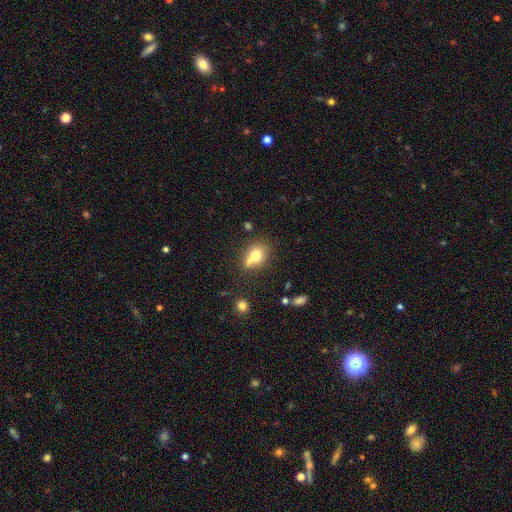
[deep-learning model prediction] A smooth galaxy with no disk features (70%) that is in between round and cigar-shaped (52%).

Vote fractions:
- Smooth or featured? smooth: 70% / featured or disk: 18% / star or artifact: 11%
- How rounded? in between: 52% / round: 46% / cigar-shaped: 2%
- Merging? none: 46% / merger: 32% / minor disturbance: 16% / major disturbance: 6%